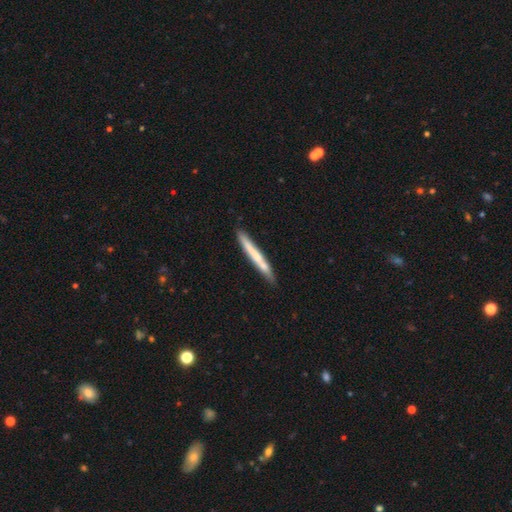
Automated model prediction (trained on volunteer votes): Overall: smooth (56%; featured or disk 39%). How rounded: cigar-shaped (97%). Merging: none (80%).